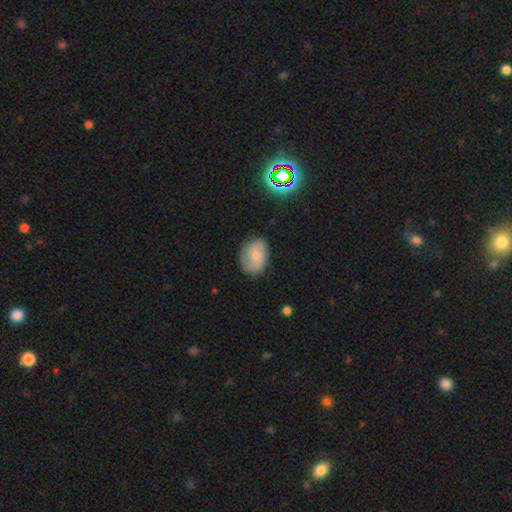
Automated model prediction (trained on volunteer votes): smooth 55%, featured or disk 37%, star or artifact 9%. Down the decision tree: how rounded — in between (67%); merging — none (77%).